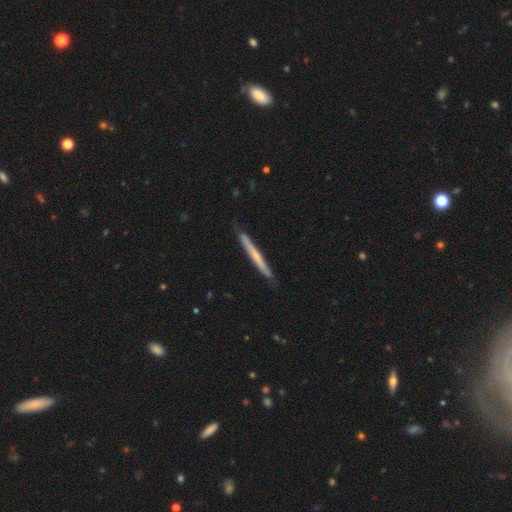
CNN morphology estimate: Smooth or featured?
  - smooth: 48% *
  - featured or disk: 46%
  - star or artifact: 5%
Merging?
  - none: 86% *
  - minor disturbance: 12%
  - major disturbance: 2%
  - merger: 1%